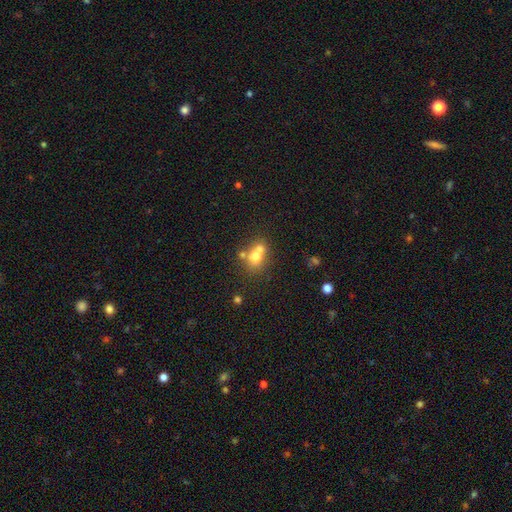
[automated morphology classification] Smooth or featured: smooth — 65% (featured or disk — 21%)
How rounded: round — 63% (in between — 36%)
Merging: merger — 55% (none — 33%)